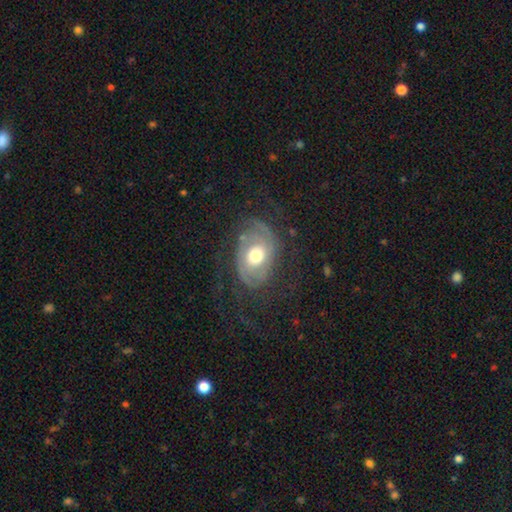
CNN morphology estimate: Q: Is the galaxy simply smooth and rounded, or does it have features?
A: featured or disk — 75%.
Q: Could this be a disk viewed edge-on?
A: no — 96%.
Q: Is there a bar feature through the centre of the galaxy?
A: no — 78%.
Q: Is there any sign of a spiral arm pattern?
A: yes — 84%.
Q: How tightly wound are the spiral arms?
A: tight — 48%.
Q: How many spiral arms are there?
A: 2 — 46%.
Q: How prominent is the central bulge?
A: moderate — 72%.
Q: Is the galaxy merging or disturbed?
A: none — 63%.